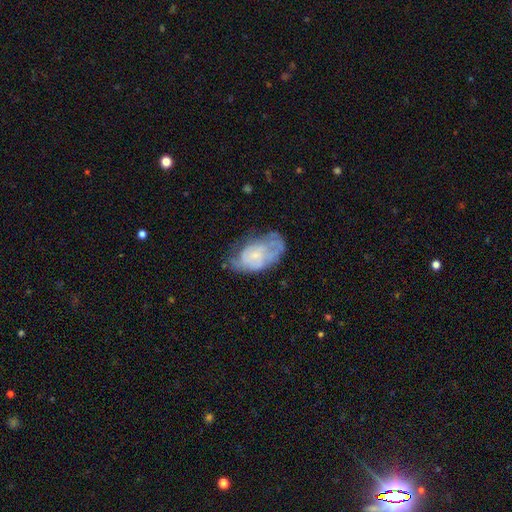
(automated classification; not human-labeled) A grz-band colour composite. It shows a featured or disk galaxy (58%) with no bar (76%), spiral arms (59%) and a small central bulge (57%). Merging: none (41%).